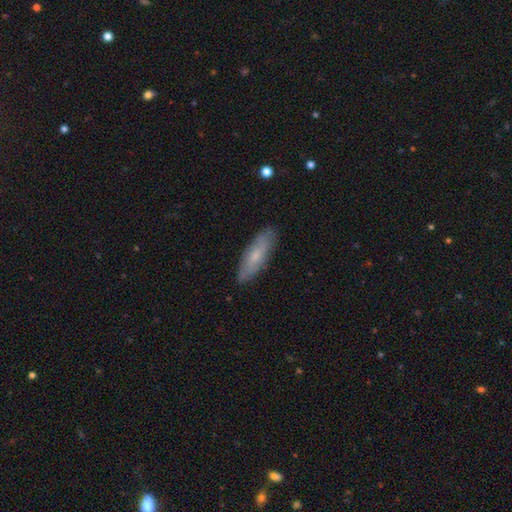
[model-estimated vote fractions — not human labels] smooth_or_featured: smooth (p=0.57) [alt: featured or disk p=0.37]
how_rounded: cigar-shaped (p=0.54) [alt: in between p=0.44]
merging: none (p=0.84) [alt: minor disturbance p=0.12]